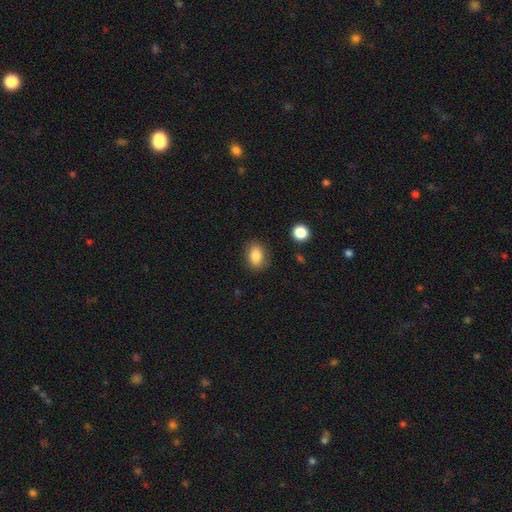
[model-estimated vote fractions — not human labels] This is clearly a smooth galaxy (85%). How rounded: likely in between (75%). Merging: clearly none (83%).